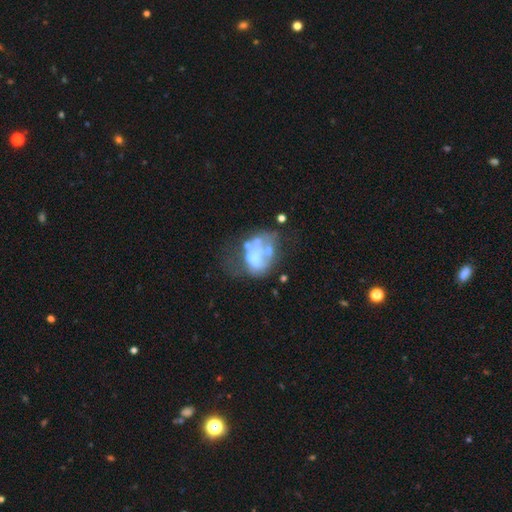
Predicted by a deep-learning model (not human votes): Smooth or featured: featured or disk — 61% (smooth — 27%)
Edge-on disk: no — 98% (yes — 2%)
Bar: no — 91% (weak — 6%)
Spiral arms: no — 94% (yes — 6%)
Bulge size: none — 62% (moderate — 19%)
Merging: major disturbance — 30% (merger — 26%)